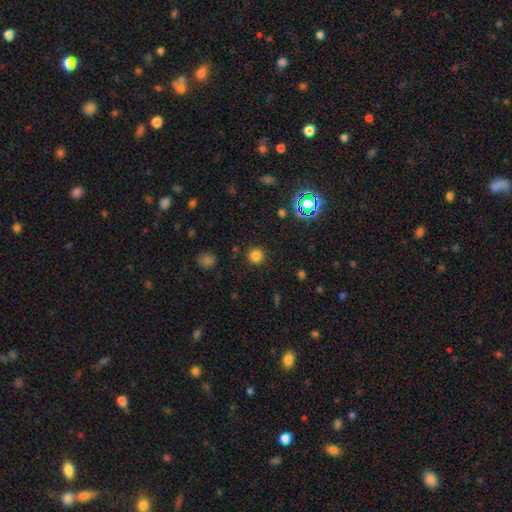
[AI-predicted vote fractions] Smooth or featured: smooth — 79% (star or artifact — 17%)
How rounded: round — 95% (in between — 4%)
Merging: none — 90% (minor disturbance — 6%)